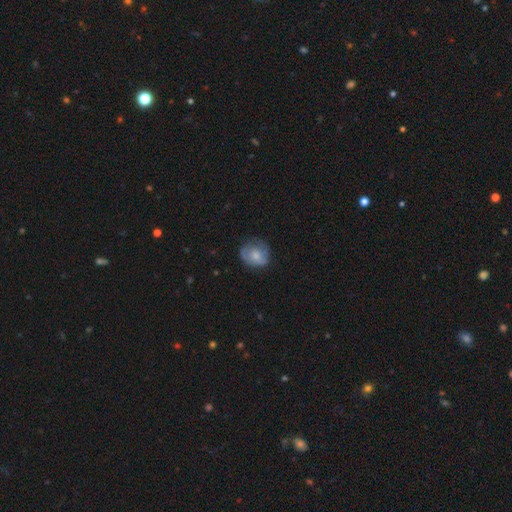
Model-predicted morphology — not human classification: smooth_or_featured: smooth (p=0.58) [alt: featured or disk p=0.35]
how_rounded: round (p=0.71) [alt: in between p=0.28]
merging: none (p=0.66) [alt: minor disturbance p=0.24]